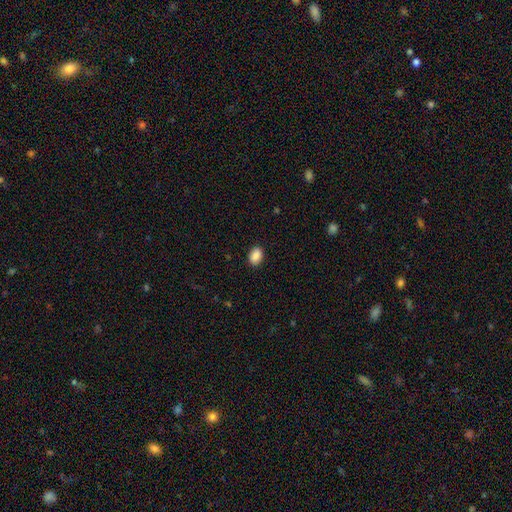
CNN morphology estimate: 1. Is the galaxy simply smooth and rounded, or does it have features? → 90% smooth, 8% star or artifact, 3% featured or disk.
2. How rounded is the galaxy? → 83% in between, 15% round, 1% cigar-shaped.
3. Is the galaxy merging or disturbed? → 89% none, 8% minor disturbance, 2% major disturbance, 1% merger.